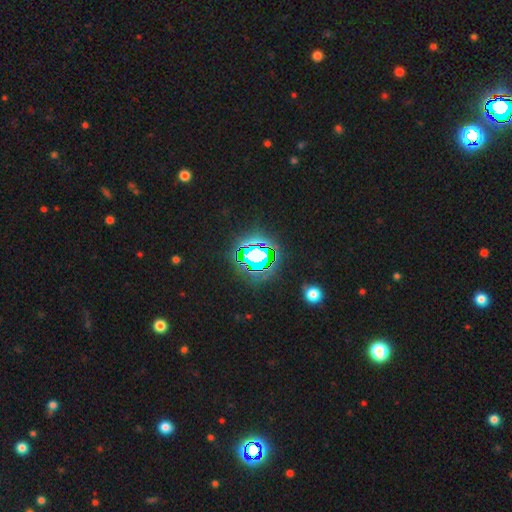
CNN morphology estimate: Smooth or featured? star or artifact (74%)